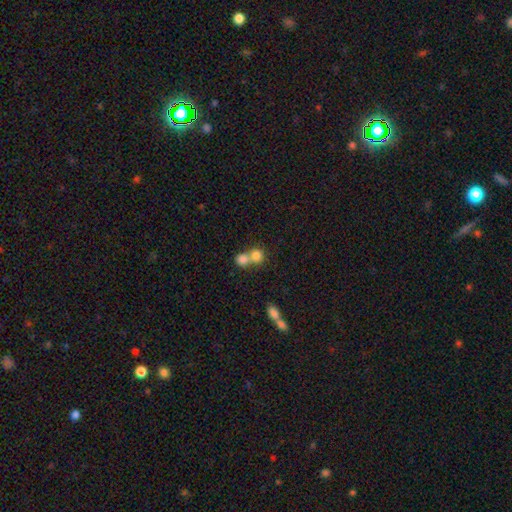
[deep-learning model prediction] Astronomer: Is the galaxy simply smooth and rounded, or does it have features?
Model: smooth — 79%.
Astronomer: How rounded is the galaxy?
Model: round — 83%.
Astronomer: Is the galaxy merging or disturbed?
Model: merger — 57% (runner-up: none, 35%).